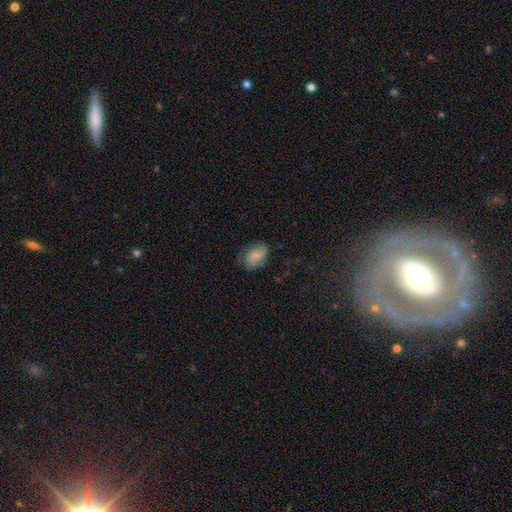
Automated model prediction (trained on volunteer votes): Smooth or featured: smooth — 57% (featured or disk — 34%)
How rounded: in between — 83% (round — 16%)
Merging: none — 65% (minor disturbance — 25%)